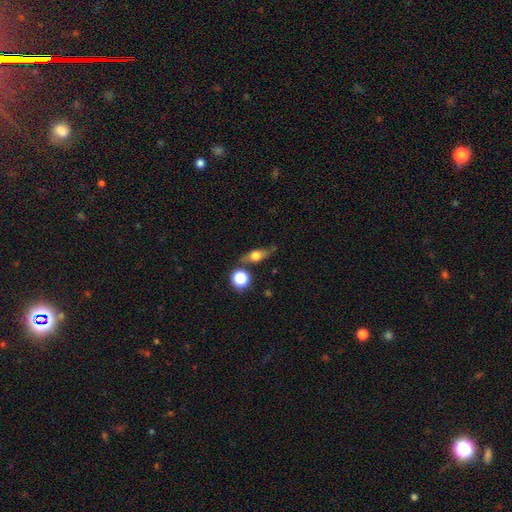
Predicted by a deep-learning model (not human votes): This appears to be a smooth galaxy with no disk features (52%) that is in between round and cigar-shaped (50%). Merging: none (68%).